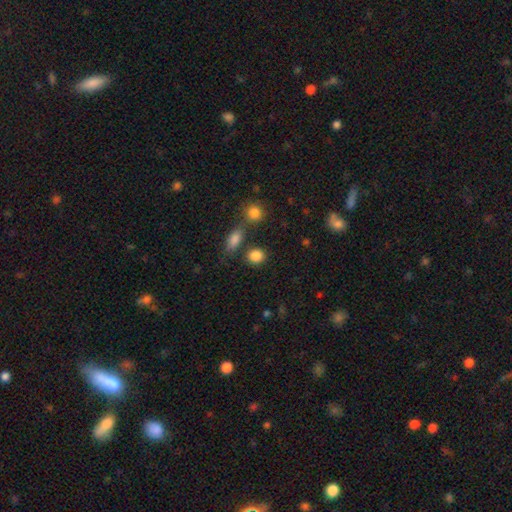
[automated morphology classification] Smooth or featured? Predicted: smooth (p=0.86). How rounded? Predicted: round (p=0.67). Merging? Predicted: none (p=0.75).